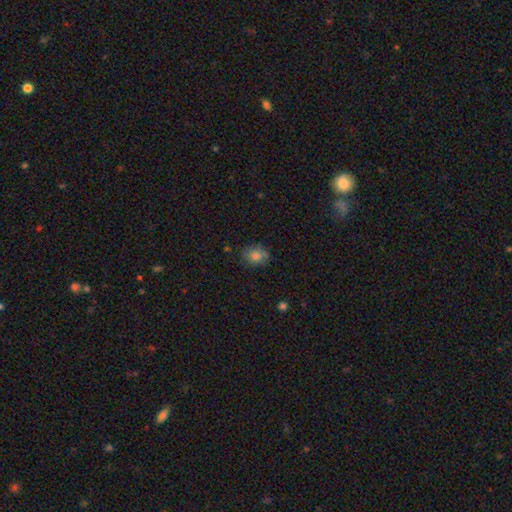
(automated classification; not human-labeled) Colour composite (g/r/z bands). It shows a smooth galaxy with no disk features (77%) that is round (59%). Merging: none (70%).